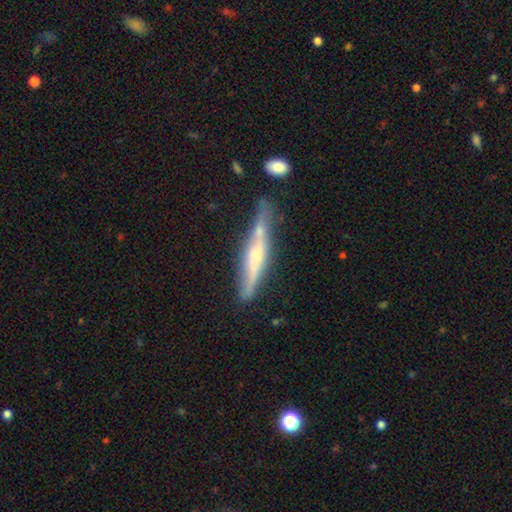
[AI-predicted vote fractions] smooth-or-featured: featured or disk: 66% | smooth: 28% | star or artifact: 6%
  disk-edge-on: yes: 92% | no: 8%
    edge-on-bulge: rounded: 58% | none: 24% | boxy: 18%
  merging: none: 67% | minor disturbance: 20% | merger: 7% | major disturbance: 5%